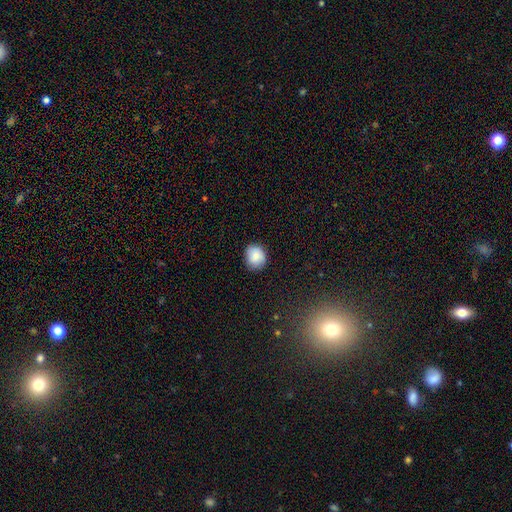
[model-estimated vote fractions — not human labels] smooth 84%, star or artifact 8%, featured or disk 8%. Down the decision tree: how rounded — round (72%); merging — none (83%).